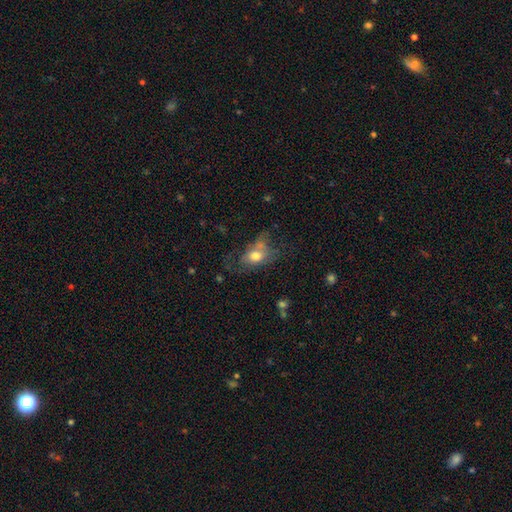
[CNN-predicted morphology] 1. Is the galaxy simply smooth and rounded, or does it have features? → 64% smooth, 27% featured or disk, 9% star or artifact.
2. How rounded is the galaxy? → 81% in between, 16% round, 3% cigar-shaped.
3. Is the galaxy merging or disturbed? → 35% none, 29% major disturbance, 26% minor disturbance, 9% merger.